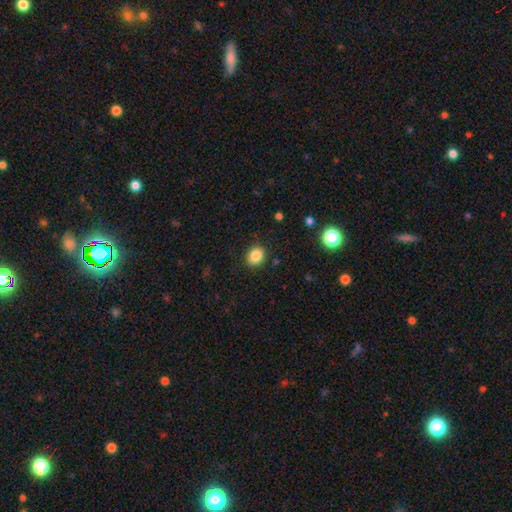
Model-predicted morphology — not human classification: The model was most divided on "how rounded": round: 60%, in between: 39%, cigar-shaped: 1%. More confident: merging — none (88%); smooth or featured — smooth (85%).